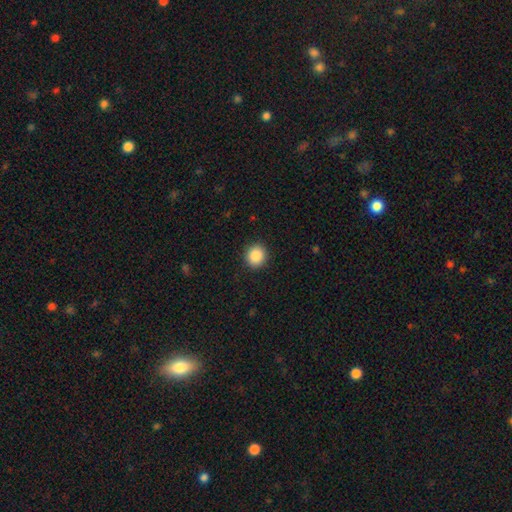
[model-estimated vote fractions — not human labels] Overall: smooth (87%). How rounded: round (85%). Merging: none (91%).